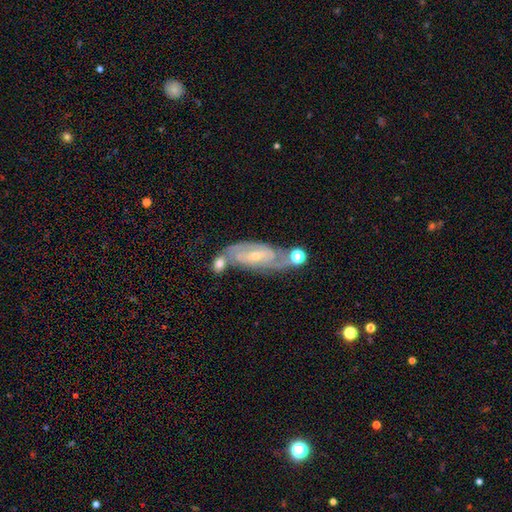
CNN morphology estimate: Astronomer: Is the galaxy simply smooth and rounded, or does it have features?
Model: featured or disk — 81%.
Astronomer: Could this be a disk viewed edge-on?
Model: no — 90%.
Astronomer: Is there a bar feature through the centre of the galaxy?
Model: no — 42% (runner-up: weak, 40%).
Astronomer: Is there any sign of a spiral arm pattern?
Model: yes — 93%.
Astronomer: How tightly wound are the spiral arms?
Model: tight — 52% (runner-up: medium, 37%).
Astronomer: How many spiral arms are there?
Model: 2 — 68%.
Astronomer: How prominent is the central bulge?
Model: small — 71%.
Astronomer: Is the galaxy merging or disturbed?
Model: none — 55%.